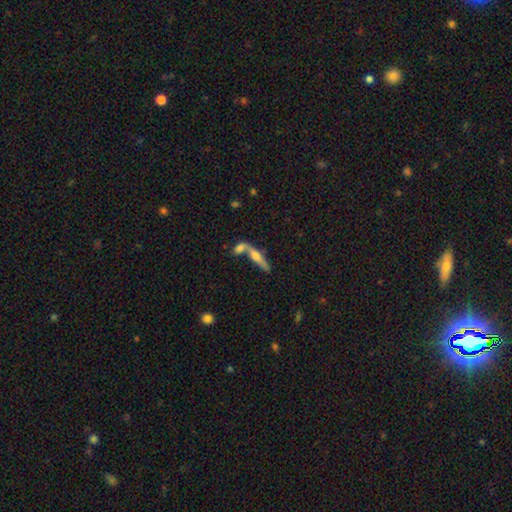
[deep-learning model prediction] Smooth or featured? featured or disk (51%)
Edge-on disk? yes (86%)
Merging? none (43%)